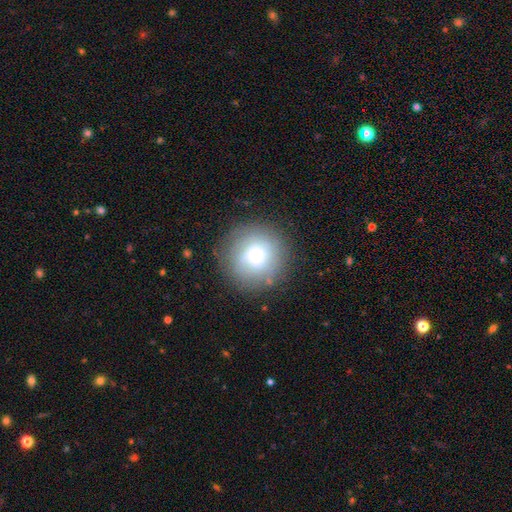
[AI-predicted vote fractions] Smooth or featured? smooth (55%)
How rounded? round (94%)
Merging? none (81%)